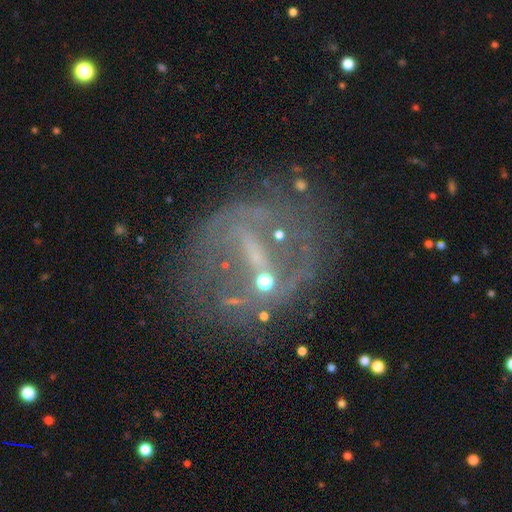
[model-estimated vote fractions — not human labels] Overall: featured or disk (73%). Edge-on disk: no (95%). Bar: strong (40%; weak 36%). Spiral arms: yes (55%; no 45%). Bulge size: small (45%; none 34%). Merging: none (55%; major disturbance 21%).